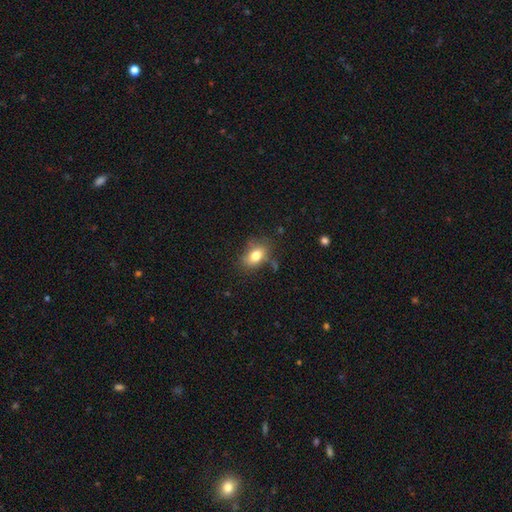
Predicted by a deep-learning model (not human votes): Smooth or featured? Predicted: smooth (p=0.78). How rounded? Predicted: in between (p=0.79). Merging? Predicted: none (p=0.69).